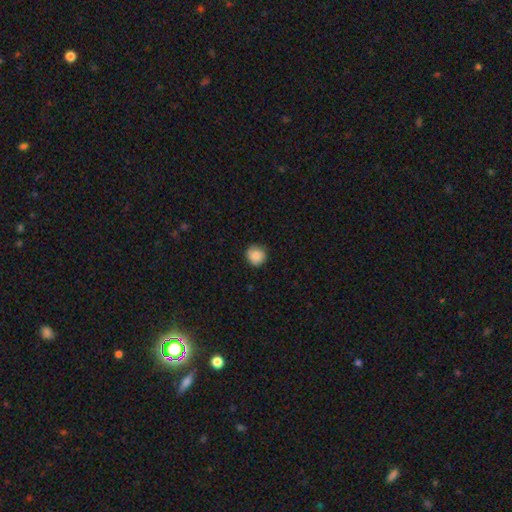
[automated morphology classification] smooth_or_featured: smooth (p=0.86) [alt: star or artifact p=0.08]
how_rounded: round (p=0.92) [alt: in between p=0.07]
merging: none (p=0.84) [alt: minor disturbance p=0.12]